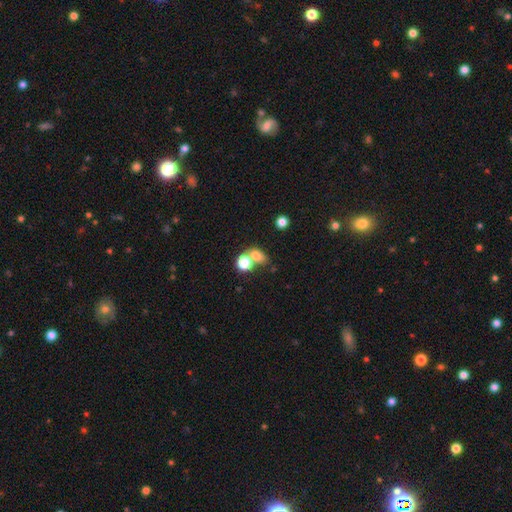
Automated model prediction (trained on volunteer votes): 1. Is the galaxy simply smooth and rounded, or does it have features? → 74% smooth, 15% star or artifact, 11% featured or disk.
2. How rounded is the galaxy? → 55% in between, 43% round, 2% cigar-shaped.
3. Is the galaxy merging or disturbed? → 44% merger, 41% none, 10% minor disturbance, 6% major disturbance.